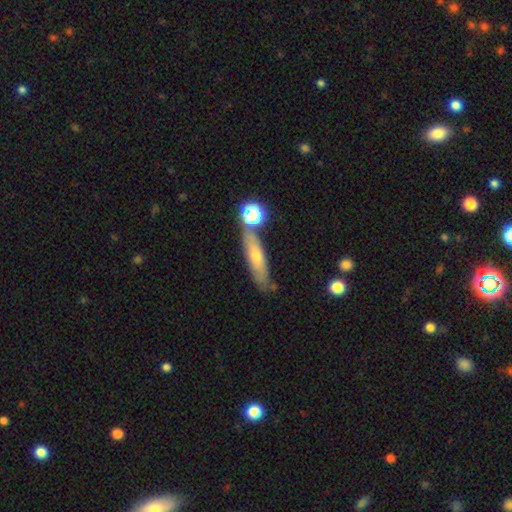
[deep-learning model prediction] Morphology: type=smooth (56%); roundness=cigar-shaped (70%); merging=none (70%).